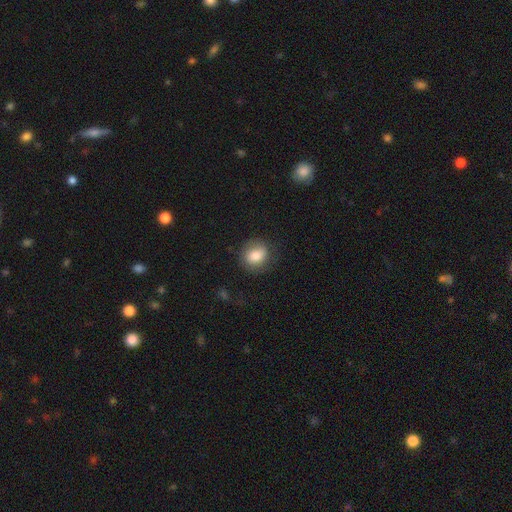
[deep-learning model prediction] Overall: smooth (75%). How rounded: round (70%). Merging: none (76%).